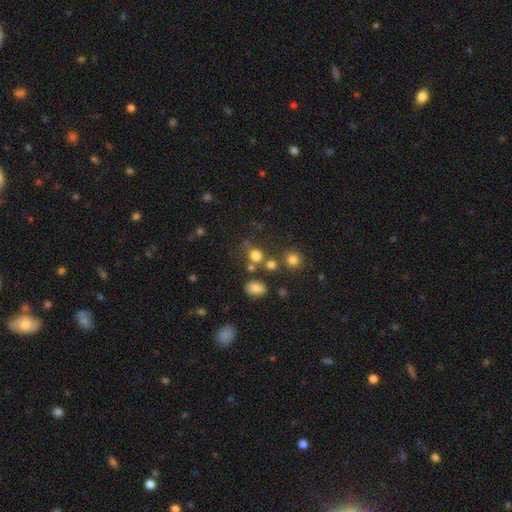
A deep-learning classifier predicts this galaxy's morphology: Overall: smooth (75%). How rounded: round (72%). Merging: none (63%).